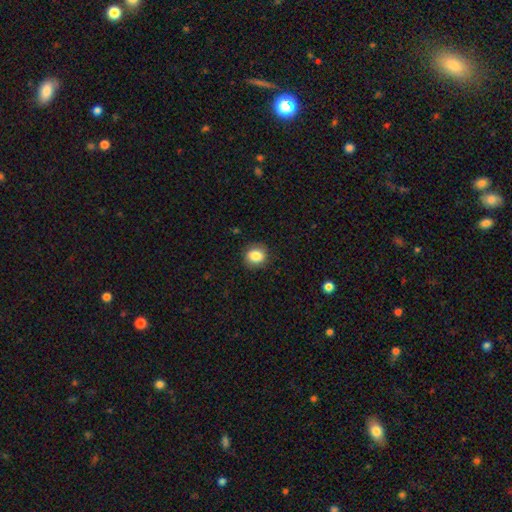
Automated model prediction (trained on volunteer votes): Morphology: type=smooth (83%); roundness=round (78%); merging=none (86%).